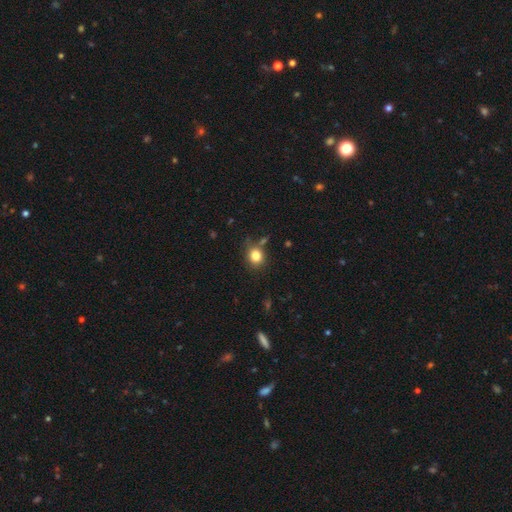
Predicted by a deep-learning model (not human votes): Q: Smooth or featured?
A: smooth (83%); runner-up: star or artifact (11%)
Q: How rounded?
A: round (73%); runner-up: in between (26%)
Q: Merging?
A: none (76%); runner-up: minor disturbance (14%)